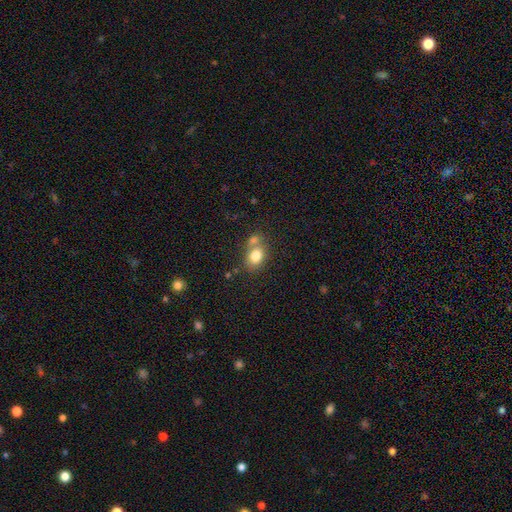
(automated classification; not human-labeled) Morphology: type=smooth (80%); roundness=in between (58%); merging=none (47%).